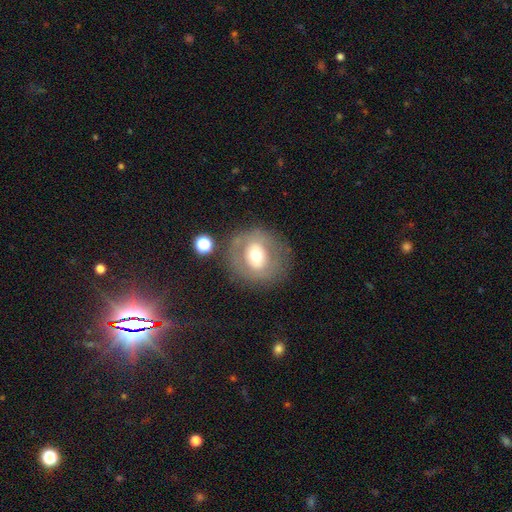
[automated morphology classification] A smooth galaxy with no disk features (50%).

Vote fractions:
- Smooth or featured? smooth: 50% / featured or disk: 41% / star or artifact: 10%
- Merging? none: 75% / minor disturbance: 13% / major disturbance: 8% / merger: 3%